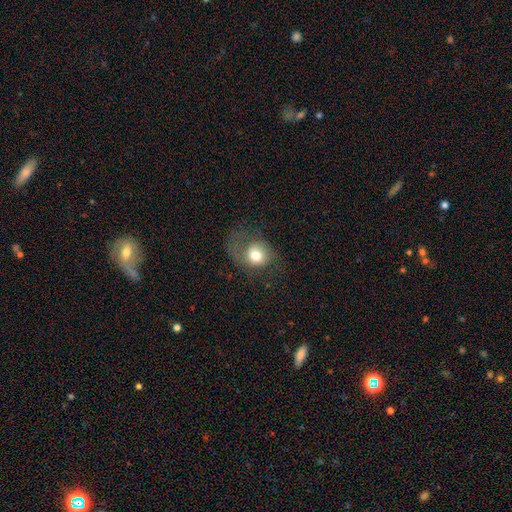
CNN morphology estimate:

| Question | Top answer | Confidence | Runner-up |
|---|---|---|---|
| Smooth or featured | smooth | 68% | featured or disk (21%) |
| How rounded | round | 65% | in between (34%) |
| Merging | none | 39% | major disturbance (36%) |